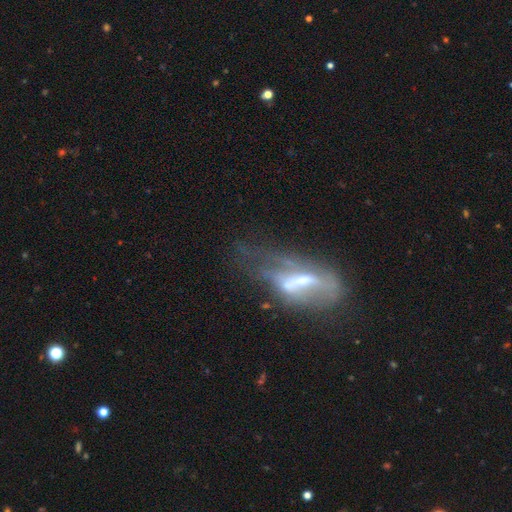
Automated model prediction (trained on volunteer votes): Q: Smooth or featured?
A: featured or disk (63%); runner-up: smooth (24%)
Q: Edge-on disk?
A: no (70%); runner-up: yes (30%)
Q: Merging?
A: major disturbance (36%); runner-up: none (31%)